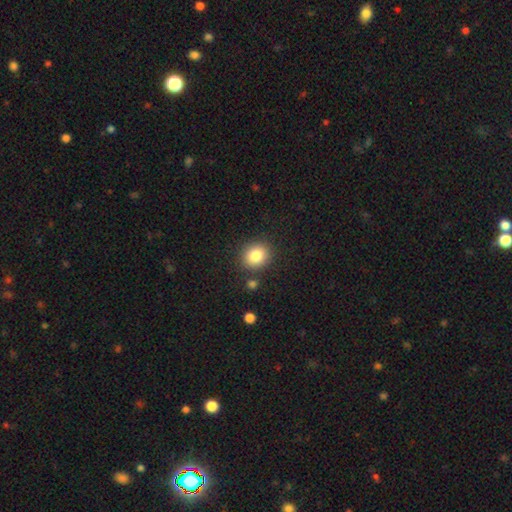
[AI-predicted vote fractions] Smooth or featured? Predicted: smooth (p=0.84). How rounded? Predicted: round (p=0.73). Merging? Predicted: none (p=0.84).